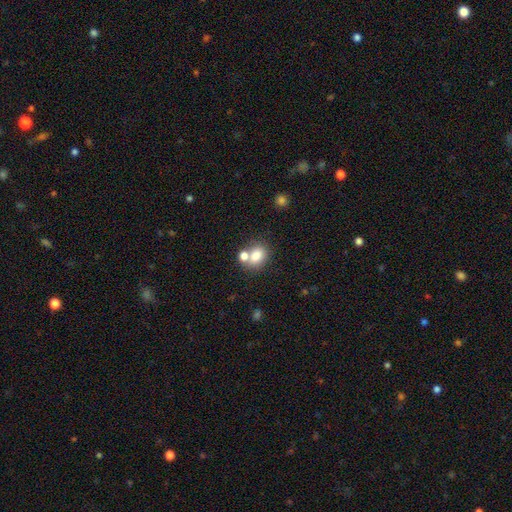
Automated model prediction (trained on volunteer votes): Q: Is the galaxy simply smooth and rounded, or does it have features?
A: smooth — 78%.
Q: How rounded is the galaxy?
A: in between — 53%.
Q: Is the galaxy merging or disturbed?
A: none — 51%.